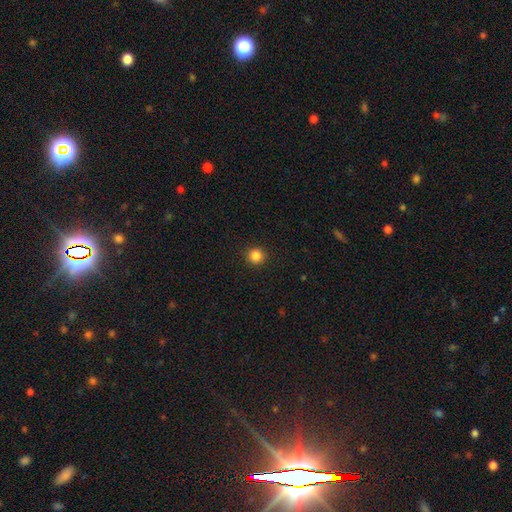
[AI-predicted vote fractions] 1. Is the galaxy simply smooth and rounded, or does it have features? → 85% smooth, 12% star or artifact, 3% featured or disk.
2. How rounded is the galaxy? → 94% round, 5% in between, 1% cigar-shaped.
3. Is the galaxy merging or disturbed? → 92% none, 5% minor disturbance, 2% major disturbance, 1% merger.